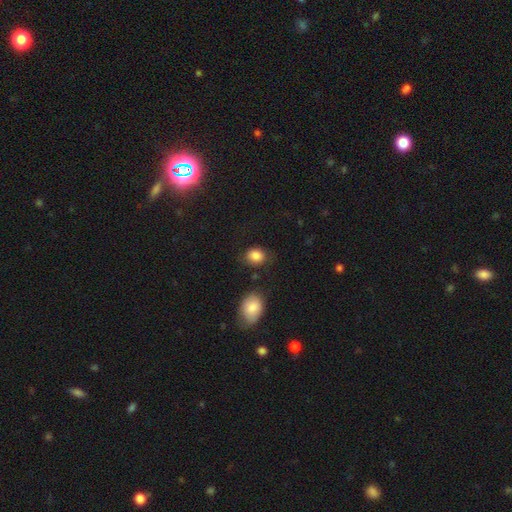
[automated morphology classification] Overall: smooth (86%). How rounded: in between (50%; round 49%). Merging: none (74%).